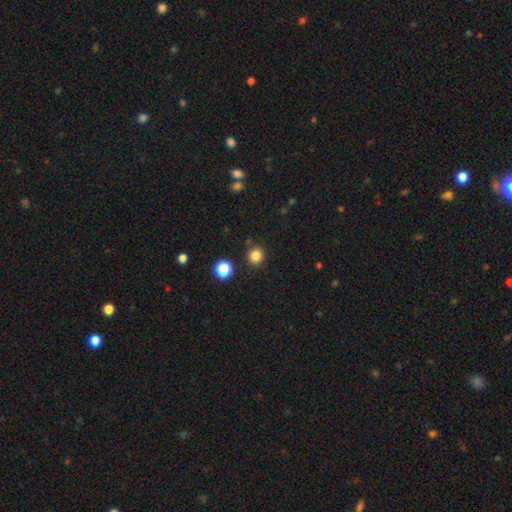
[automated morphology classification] This appears to be a smooth galaxy with no disk features (83%) that is round (92%). Merging: none (86%).